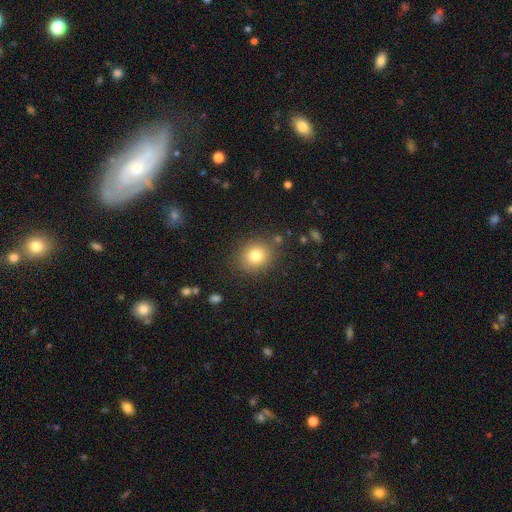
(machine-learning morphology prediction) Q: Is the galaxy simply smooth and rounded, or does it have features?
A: smooth — 79%.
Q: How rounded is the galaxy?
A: round — 74%.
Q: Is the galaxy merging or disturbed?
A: none — 83%.